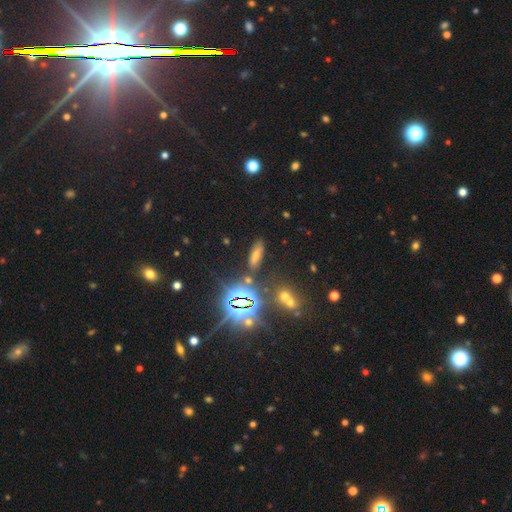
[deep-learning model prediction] smooth_or_featured: smooth (p=0.50) [alt: star or artifact p=0.33]
how_rounded: in between (p=0.54) [alt: cigar-shaped p=0.40]
merging: none (p=0.81) [alt: minor disturbance p=0.11]